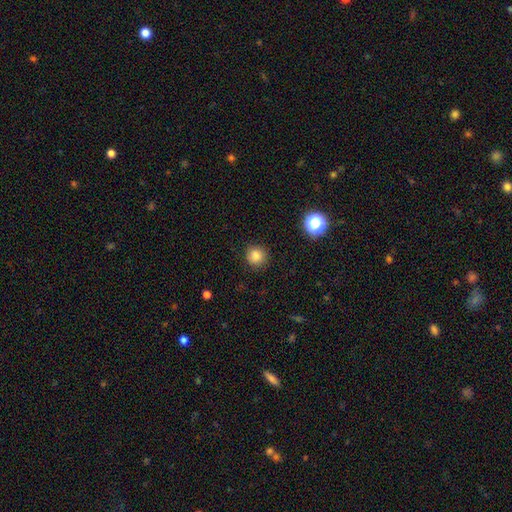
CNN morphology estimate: Smooth or featured? smooth (83%)
How rounded? round (93%)
Merging? none (89%)